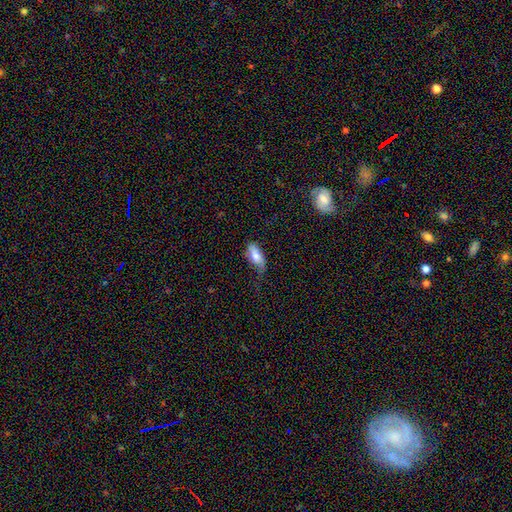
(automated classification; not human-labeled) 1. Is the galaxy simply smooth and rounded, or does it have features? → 72% smooth, 21% featured or disk, 6% star or artifact.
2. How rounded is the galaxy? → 82% in between, 15% cigar-shaped, 3% round.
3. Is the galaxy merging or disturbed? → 38% minor disturbance, 37% none, 22% major disturbance, 3% merger.